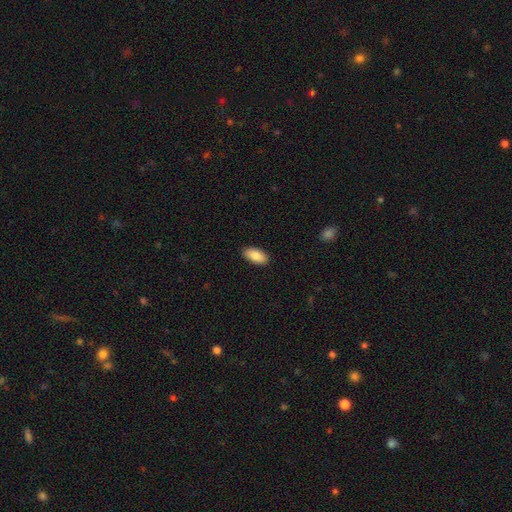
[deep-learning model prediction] smooth 87%, featured or disk 7%, star or artifact 6%. Down the decision tree: how rounded — in between (92%); merging — none (90%).